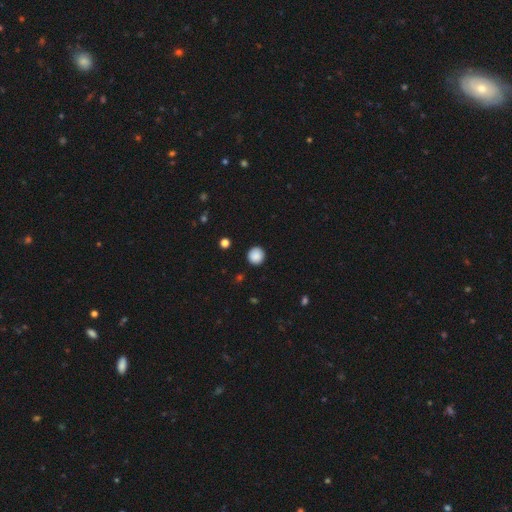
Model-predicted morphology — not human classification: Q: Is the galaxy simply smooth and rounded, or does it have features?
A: smooth — 88%.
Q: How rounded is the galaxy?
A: round — 95%.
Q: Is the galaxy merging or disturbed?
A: none — 92%.